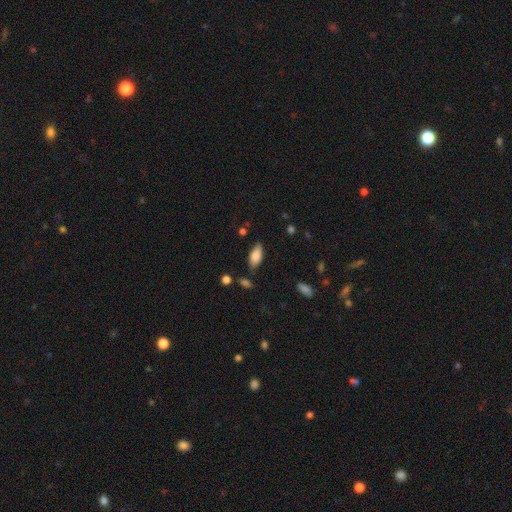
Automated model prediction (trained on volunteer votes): A smooth galaxy with no disk features (82%) that is in between round and cigar-shaped (88%).

Vote fractions:
- Smooth or featured? smooth: 82% / featured or disk: 11% / star or artifact: 7%
- How rounded? in between: 88% / cigar-shaped: 10% / round: 2%
- Merging? none: 71% / minor disturbance: 21% / major disturbance: 4% / merger: 3%